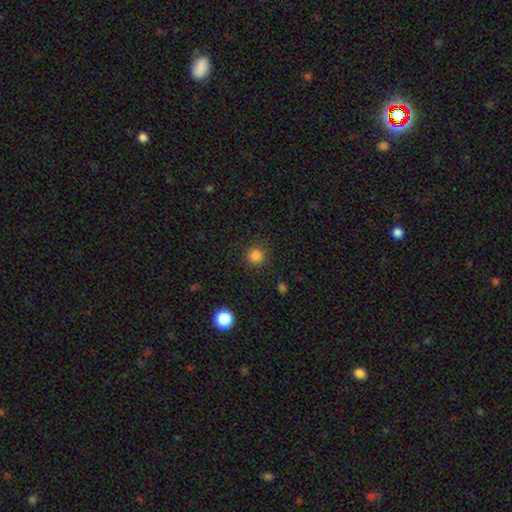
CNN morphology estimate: The model was most divided on "smooth or featured": smooth: 84%, star or artifact: 13%, featured or disk: 3%. More confident: how rounded — round (95%); merging — none (89%).